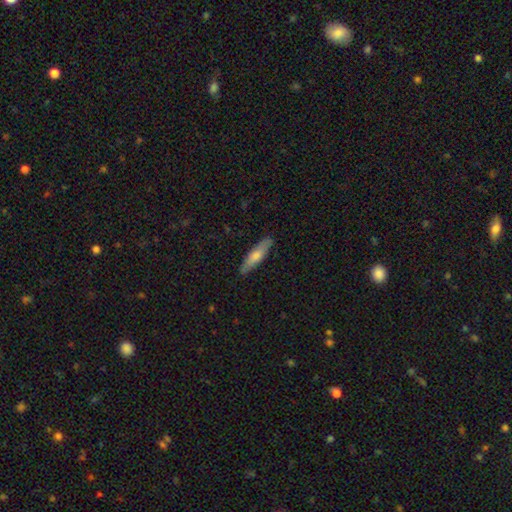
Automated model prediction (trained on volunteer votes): A smooth galaxy with no disk features (62%) that is cigar-shaped (80%). Merging: none (89%).